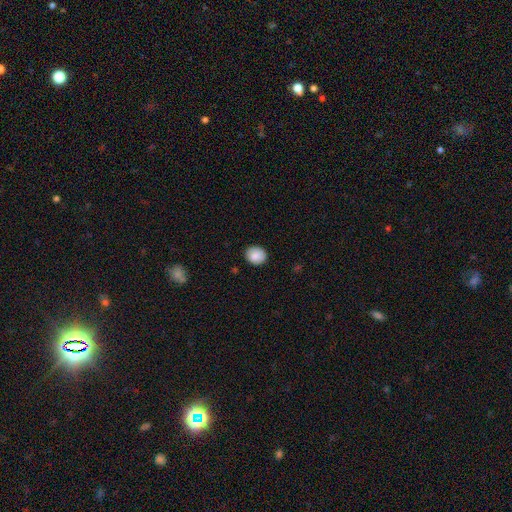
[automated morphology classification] A smooth galaxy with no disk features (85%) that is round (73%). Merging: none (88%).